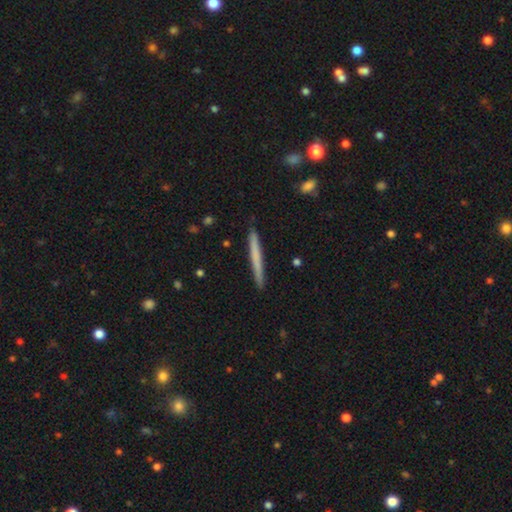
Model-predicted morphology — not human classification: A smooth galaxy with no disk features (62%) that is cigar-shaped (97%).

Vote fractions:
- Smooth or featured? smooth: 62% / featured or disk: 32% / star or artifact: 6%
- How rounded? cigar-shaped: 97% / in between: 2% / round: 1%
- Merging? none: 90% / minor disturbance: 7% / major disturbance: 1% / merger: 1%